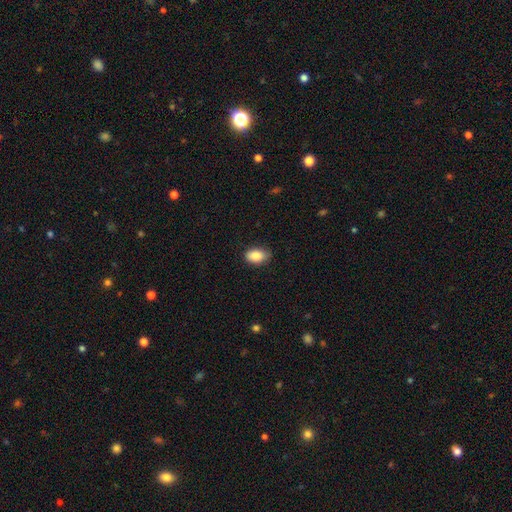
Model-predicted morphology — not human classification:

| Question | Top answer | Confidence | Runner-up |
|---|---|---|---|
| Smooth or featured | smooth | 84% | featured or disk (8%) |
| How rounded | in between | 88% | round (11%) |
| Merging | none | 80% | minor disturbance (16%) |